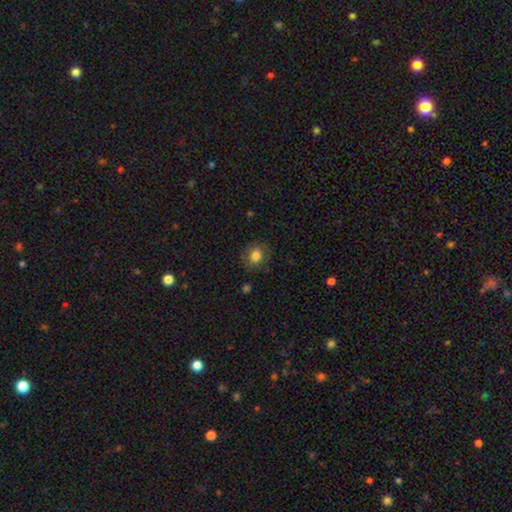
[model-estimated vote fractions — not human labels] Smooth or featured: smooth — 80% (featured or disk — 10%)
How rounded: round — 62% (in between — 37%)
Merging: none — 82% (minor disturbance — 12%)